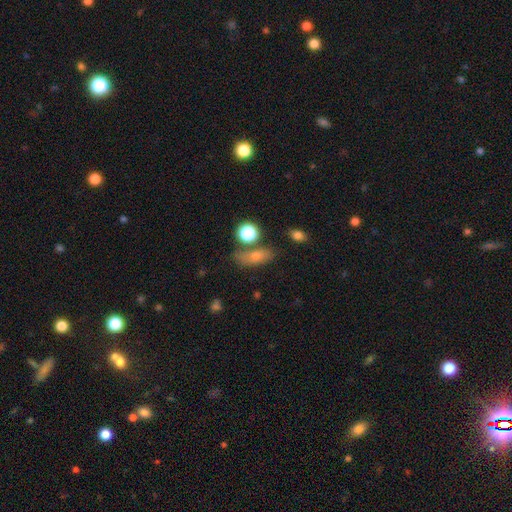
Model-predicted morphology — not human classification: Smooth or featured?
  - smooth: 70% *
  - featured or disk: 15%
  - star or artifact: 15%
How rounded?
  - in between: 60% *
  - cigar-shaped: 22%
  - round: 18%
Merging?
  - none: 65% *
  - minor disturbance: 17%
  - merger: 12%
  - major disturbance: 7%